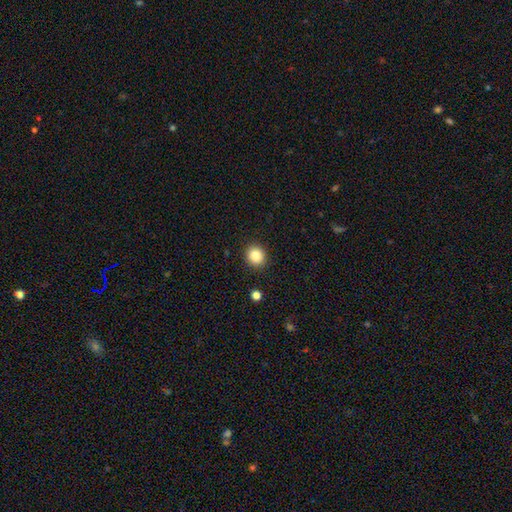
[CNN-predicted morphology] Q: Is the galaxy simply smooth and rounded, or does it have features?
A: smooth — 87%.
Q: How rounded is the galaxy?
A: round — 87%.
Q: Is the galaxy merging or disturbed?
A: none — 90%.